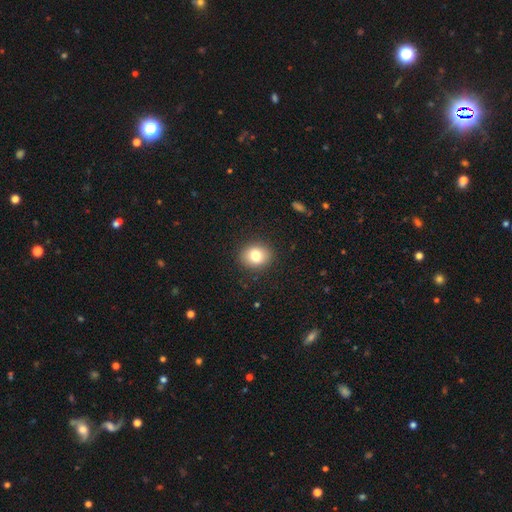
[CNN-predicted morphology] smooth 80%, featured or disk 10%, star or artifact 10%. Down the decision tree: how rounded — round (64%); merging — none (90%).